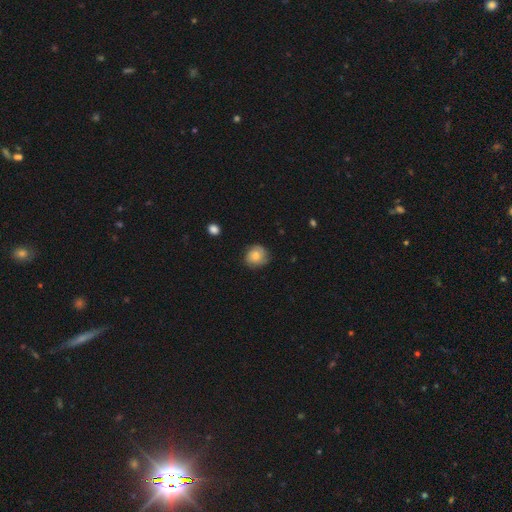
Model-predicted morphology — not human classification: smooth_or_featured: smooth (p=0.61) [alt: featured or disk p=0.31]
how_rounded: round (p=0.83) [alt: in between p=0.16]
merging: none (p=0.76) [alt: minor disturbance p=0.18]